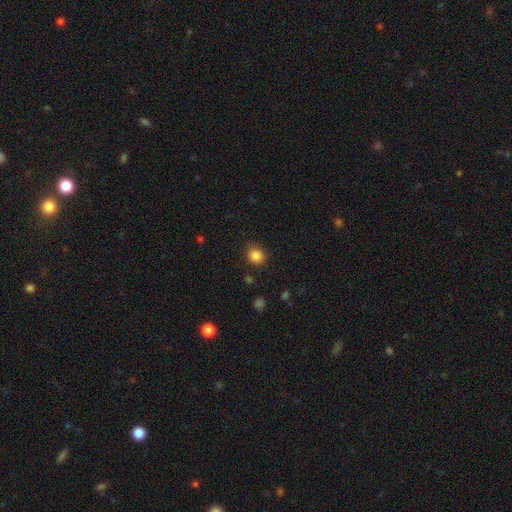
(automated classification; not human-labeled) Smooth or featured?
  - smooth: 85% *
  - star or artifact: 11%
  - featured or disk: 4%
How rounded?
  - round: 74% *
  - in between: 25%
  - cigar-shaped: 1%
Merging?
  - none: 83% *
  - minor disturbance: 12%
  - major disturbance: 3%
  - merger: 2%